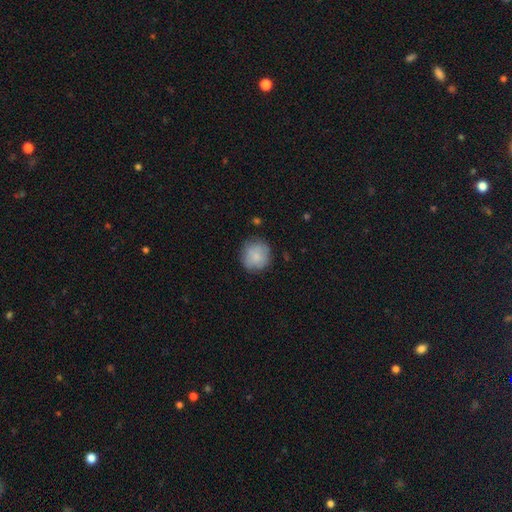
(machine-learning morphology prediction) Smooth or featured? smooth (81%)
How rounded? round (92%)
Merging? none (79%)